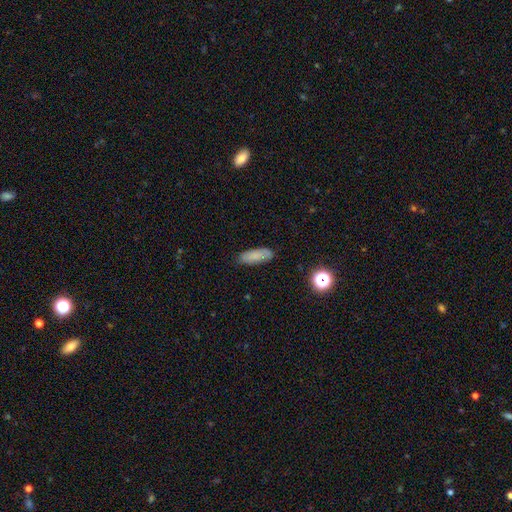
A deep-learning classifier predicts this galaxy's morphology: Smooth or featured? Predicted: smooth (p=0.77). How rounded? Predicted: in between (p=0.69). Merging? Predicted: none (p=0.79).